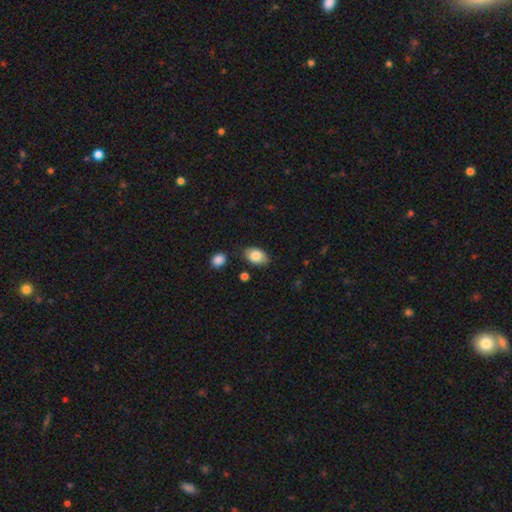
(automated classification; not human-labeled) smooth_or_featured: smooth (p=0.83) [alt: featured or disk p=0.10]
how_rounded: in between (p=0.90) [alt: round p=0.09]
merging: none (p=0.80) [alt: minor disturbance p=0.14]